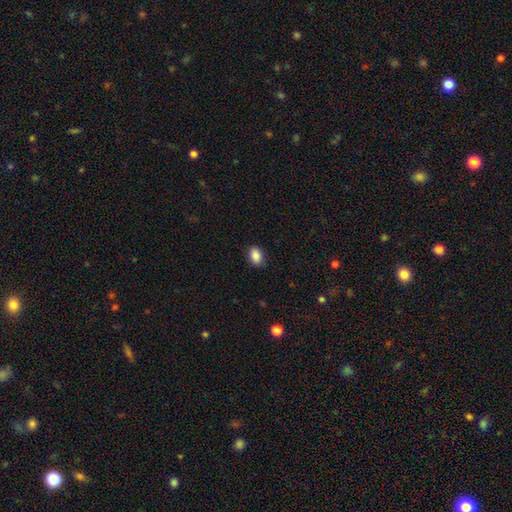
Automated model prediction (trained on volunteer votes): smooth 87%, star or artifact 8%, featured or disk 4%. Down the decision tree: how rounded — in between (79%); merging — none (87%).